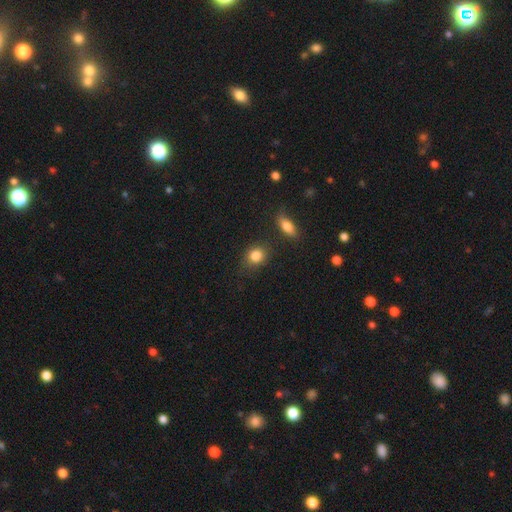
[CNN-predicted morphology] Smooth or featured? Predicted: smooth (p=0.85). How rounded? Predicted: round (p=0.61). Merging? Predicted: none (p=0.76).